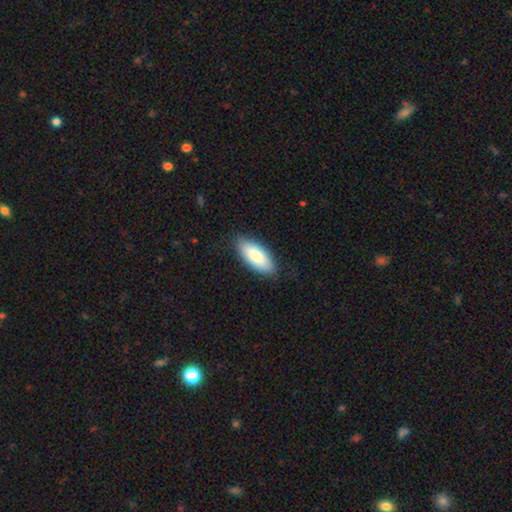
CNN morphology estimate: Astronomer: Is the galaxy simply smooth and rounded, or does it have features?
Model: smooth — 81%.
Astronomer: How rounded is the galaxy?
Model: in between — 84%.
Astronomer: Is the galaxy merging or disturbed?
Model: none — 85%.